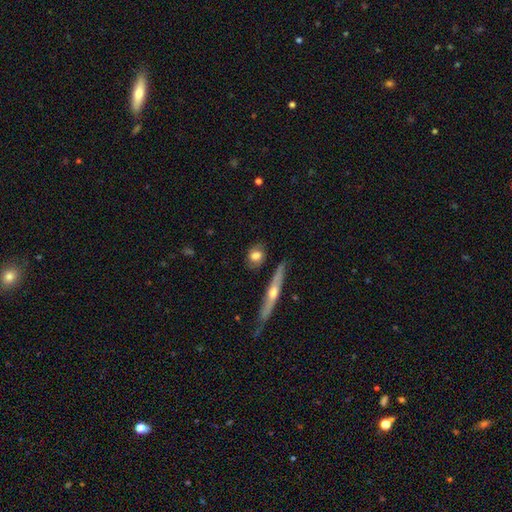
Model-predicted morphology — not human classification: Smooth or featured?
  - smooth: 67% *
  - featured or disk: 27%
  - star or artifact: 7%
How rounded?
  - in between: 45% * (tied)
  - round: 45% * (tied)
  - cigar-shaped: 10%
Merging?
  - none: 74% *
  - minor disturbance: 17%
  - merger: 5%
  - major disturbance: 4%